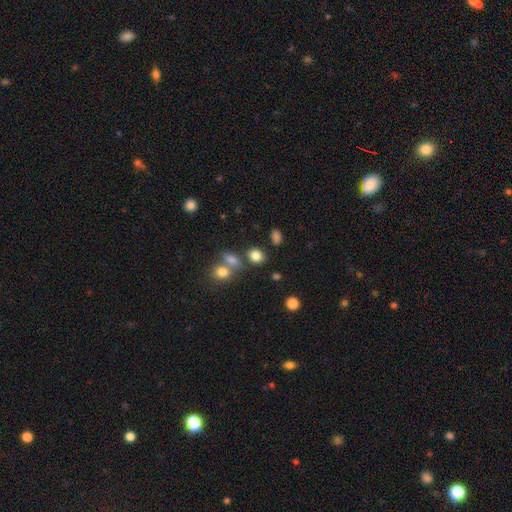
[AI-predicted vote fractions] smooth 81%, star or artifact 13%, featured or disk 6%. Down the decision tree: how rounded — round (52%); merging — none (68%).